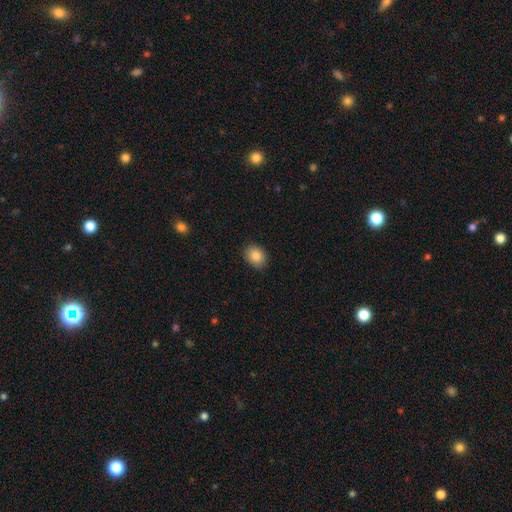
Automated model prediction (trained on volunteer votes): smooth_or_featured: smooth (p=0.87) [alt: star or artifact p=0.08]
how_rounded: in between (p=0.54) [alt: round p=0.45]
merging: none (p=0.86) [alt: minor disturbance p=0.10]